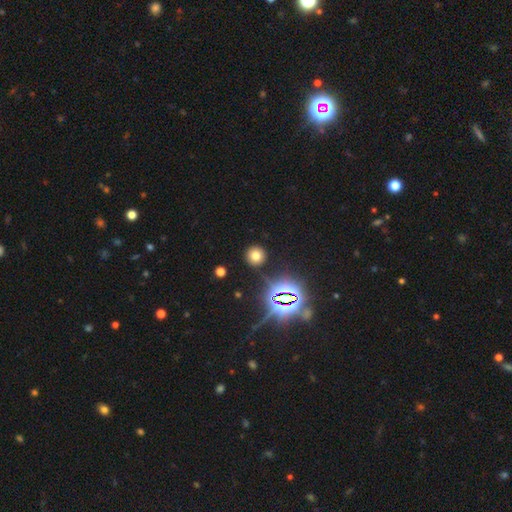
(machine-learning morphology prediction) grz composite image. It shows a smooth galaxy with no disk features (68%) that is round (93%). Merging: none (89%).